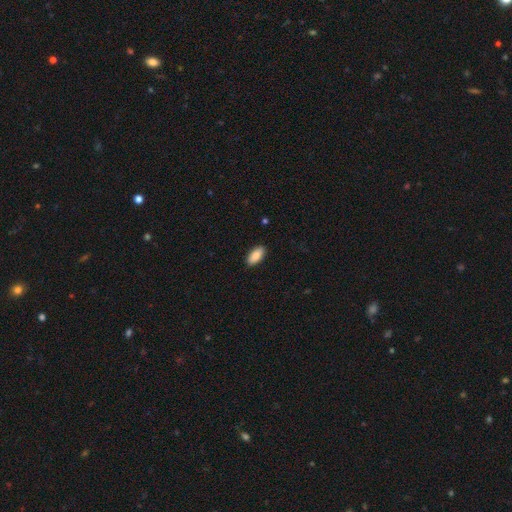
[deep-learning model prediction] smooth 86%, featured or disk 7%, star or artifact 6%. Down the decision tree: how rounded — in between (91%); merging — none (90%).